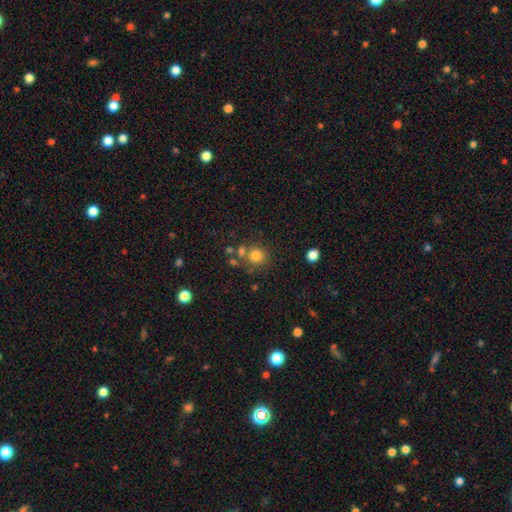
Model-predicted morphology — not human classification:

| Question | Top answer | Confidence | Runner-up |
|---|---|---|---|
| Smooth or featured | smooth | 78% | star or artifact (14%) |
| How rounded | round | 89% | in between (10%) |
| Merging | none | 67% | merger (17%) |